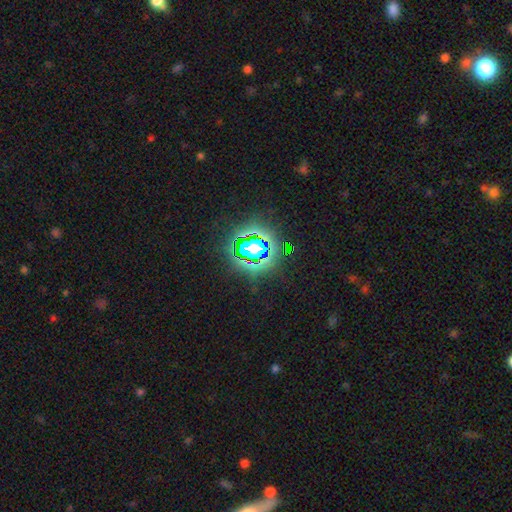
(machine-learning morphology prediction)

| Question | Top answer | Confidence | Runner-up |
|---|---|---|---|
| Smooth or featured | star or artifact | 82% | smooth (12%) |